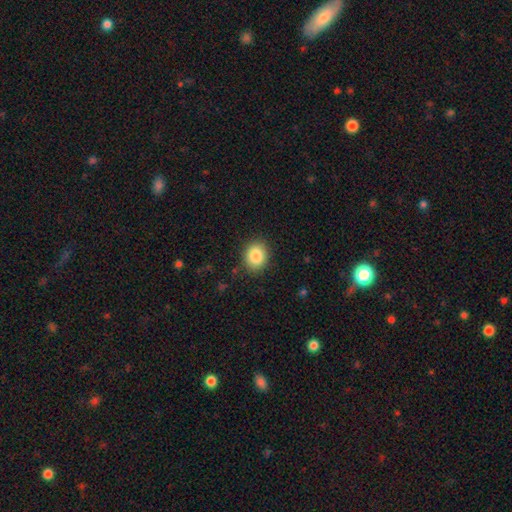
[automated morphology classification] A smooth galaxy with no disk features (86%) that is round (57%).

Vote fractions:
- Smooth or featured? smooth: 86% / star or artifact: 9% / featured or disk: 5%
- How rounded? round: 57% / in between: 42% / cigar-shaped: 1%
- Merging? none: 88% / minor disturbance: 9% / major disturbance: 3% / merger: 1%